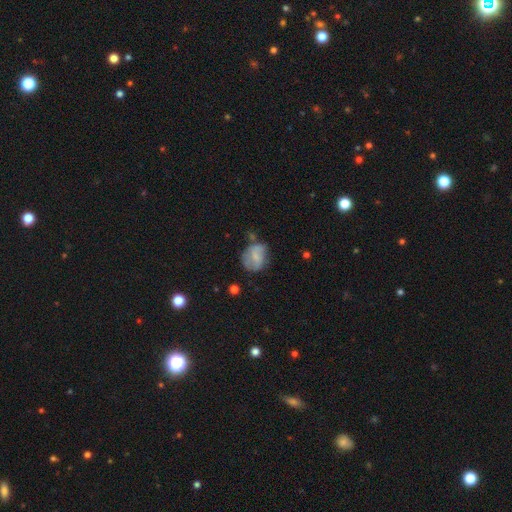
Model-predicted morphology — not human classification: Smooth or featured: smooth — 57% (featured or disk — 34%)
How rounded: round — 50% (in between — 48%)
Merging: none — 45% (minor disturbance — 30%)